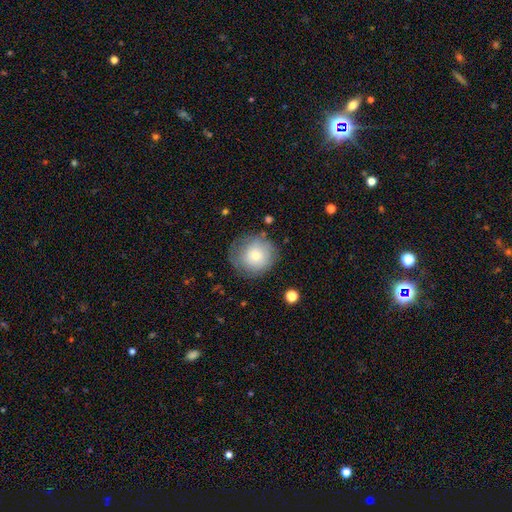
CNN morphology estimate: The model was most divided on "smooth or featured": smooth: 69%, featured or disk: 23%, star or artifact: 8%. More confident: how rounded — round (91%); merging — none (71%).